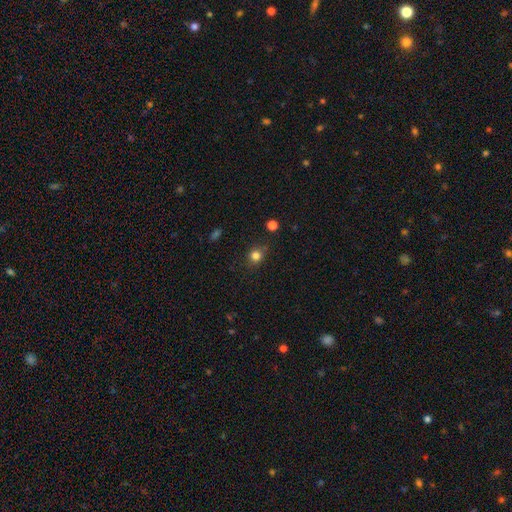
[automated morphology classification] smooth_or_featured: smooth (p=0.80) [alt: star or artifact p=0.14]
how_rounded: round (p=0.79) [alt: in between p=0.20]
merging: none (p=0.80) [alt: minor disturbance p=0.14]